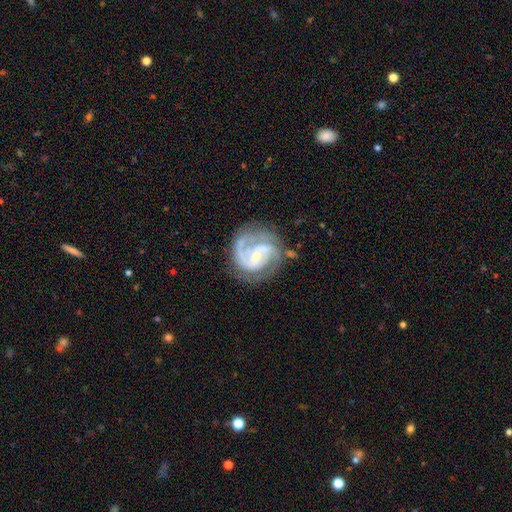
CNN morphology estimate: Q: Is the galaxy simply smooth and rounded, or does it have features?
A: featured or disk — 90%.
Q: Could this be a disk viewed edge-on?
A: no — 98%.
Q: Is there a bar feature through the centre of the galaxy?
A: weak — 43%.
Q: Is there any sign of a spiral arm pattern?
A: yes — 98%.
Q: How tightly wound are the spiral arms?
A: tight — 48%.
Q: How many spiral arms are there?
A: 2 — 68%.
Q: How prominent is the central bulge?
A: small — 66%.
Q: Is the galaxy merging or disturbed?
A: none — 71%.